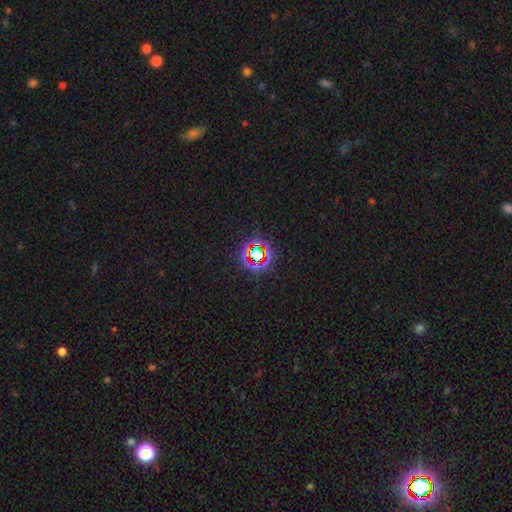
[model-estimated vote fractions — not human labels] Smooth or featured: star or artifact — 75% (smooth — 16%)